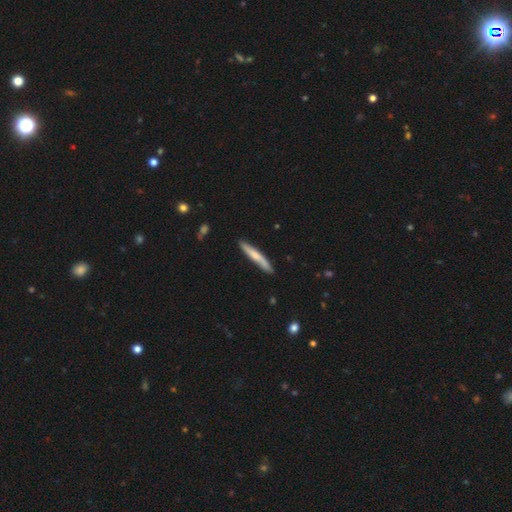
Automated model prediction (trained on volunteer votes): smooth 63%, featured or disk 32%, star or artifact 5%. Down the decision tree: how rounded — cigar-shaped (95%); merging — none (85%).